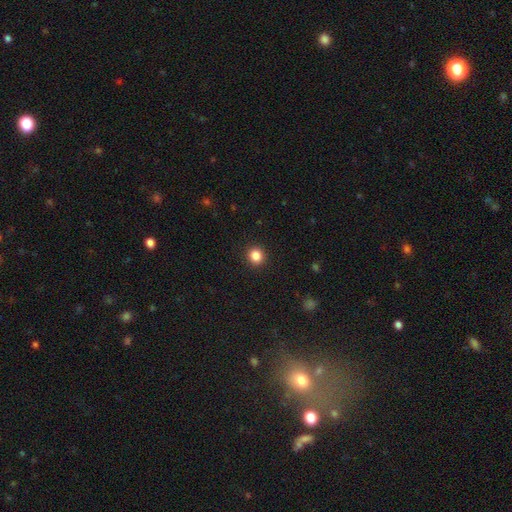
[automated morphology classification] smooth-or-featured: smooth: 85% | star or artifact: 11% | featured or disk: 4%
  how-rounded: round: 90% | in between: 10% | cigar-shaped: 1%
  merging: none: 92% | minor disturbance: 5% | major disturbance: 2% | merger: 1%